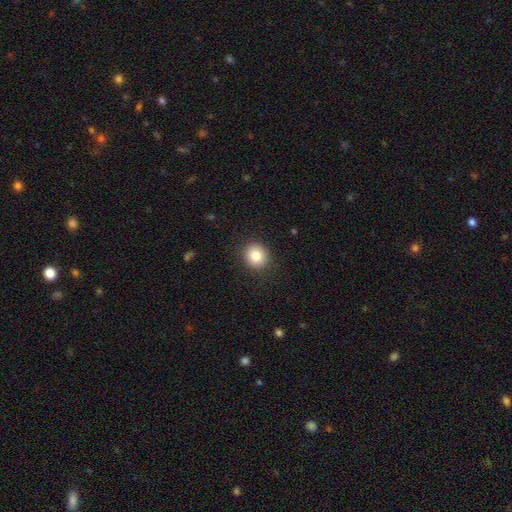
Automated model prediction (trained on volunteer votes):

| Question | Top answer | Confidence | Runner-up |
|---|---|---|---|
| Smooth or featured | smooth | 84% | star or artifact (10%) |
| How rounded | round | 85% | in between (14%) |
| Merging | none | 90% | minor disturbance (7%) |